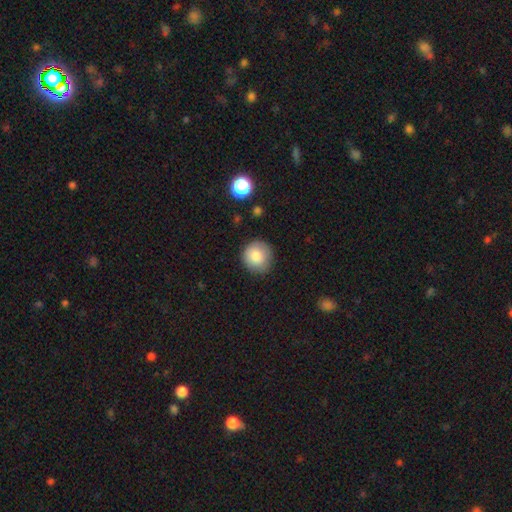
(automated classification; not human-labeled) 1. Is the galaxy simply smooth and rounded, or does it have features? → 83% smooth, 9% star or artifact, 9% featured or disk.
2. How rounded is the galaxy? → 93% round, 7% in between, 1% cigar-shaped.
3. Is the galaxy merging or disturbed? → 85% none, 11% minor disturbance, 3% major disturbance, 1% merger.